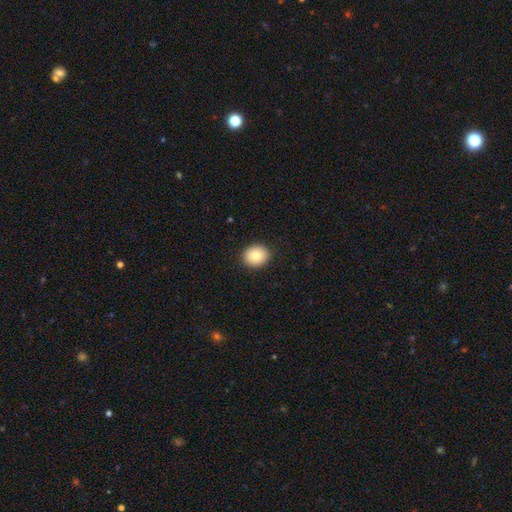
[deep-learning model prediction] Smooth or featured? smooth (85%)
How rounded? round (66%)
Merging? none (90%)